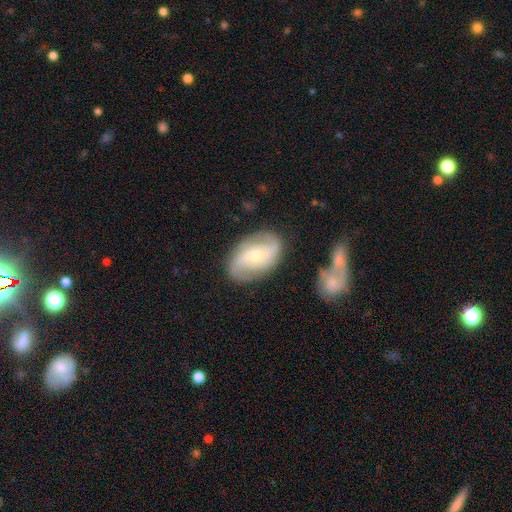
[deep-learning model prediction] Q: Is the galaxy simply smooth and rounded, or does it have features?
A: featured or disk — 76%.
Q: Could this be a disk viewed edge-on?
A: no — 96%.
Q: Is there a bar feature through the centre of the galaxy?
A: no — 48%.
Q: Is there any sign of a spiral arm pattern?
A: yes — 92%.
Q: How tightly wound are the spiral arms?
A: medium — 47%.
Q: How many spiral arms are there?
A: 2 — 75%.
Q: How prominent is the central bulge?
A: moderate — 51%.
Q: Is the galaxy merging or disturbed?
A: none — 78%.